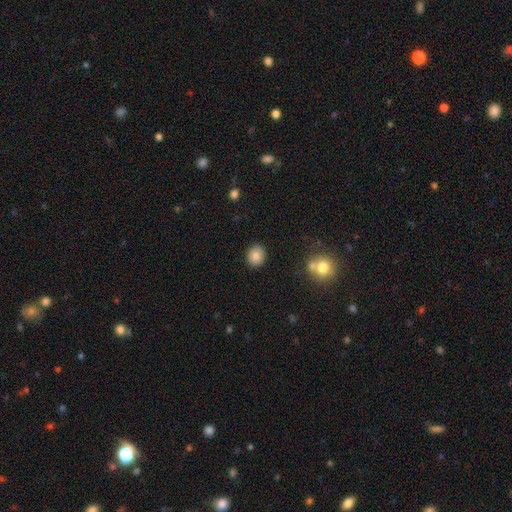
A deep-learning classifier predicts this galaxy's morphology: Smooth or featured? smooth (85%)
How rounded? round (66%)
Merging? none (88%)